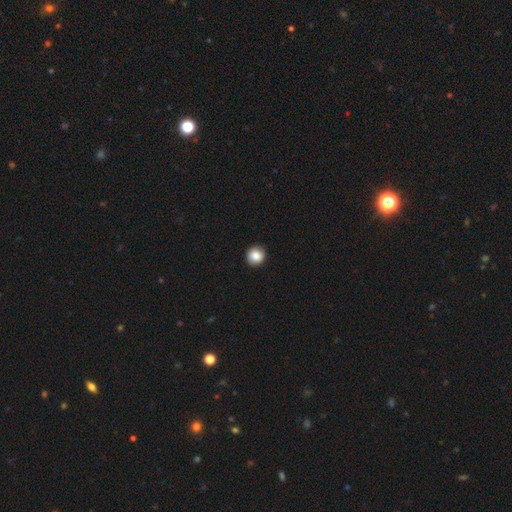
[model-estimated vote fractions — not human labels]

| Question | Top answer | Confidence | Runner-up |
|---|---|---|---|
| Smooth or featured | smooth | 85% | star or artifact (9%) |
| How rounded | round | 93% | in between (6%) |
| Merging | none | 93% | minor disturbance (5%) |